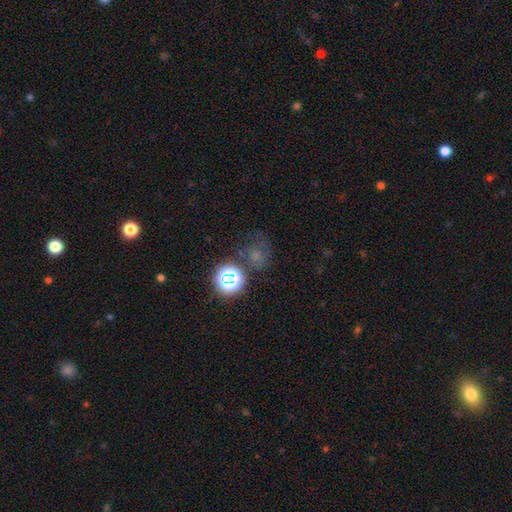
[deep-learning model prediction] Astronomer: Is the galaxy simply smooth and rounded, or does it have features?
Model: smooth — 53% (runner-up: star or artifact, 34%).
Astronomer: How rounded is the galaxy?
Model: round — 74%.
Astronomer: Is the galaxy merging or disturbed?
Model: none — 54%.